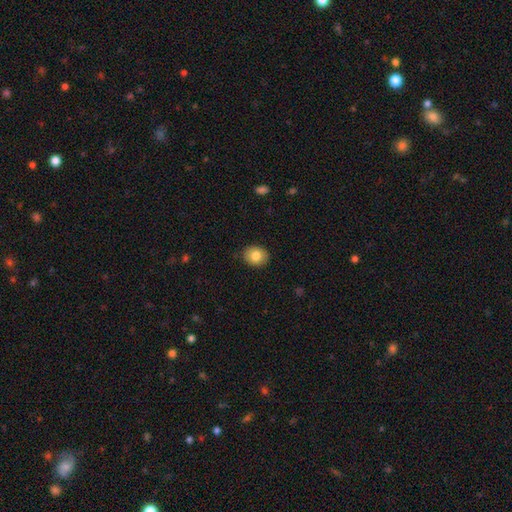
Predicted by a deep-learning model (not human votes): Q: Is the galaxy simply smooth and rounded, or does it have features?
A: smooth — 81%.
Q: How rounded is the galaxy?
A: round — 62%.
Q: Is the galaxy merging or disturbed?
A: none — 88%.